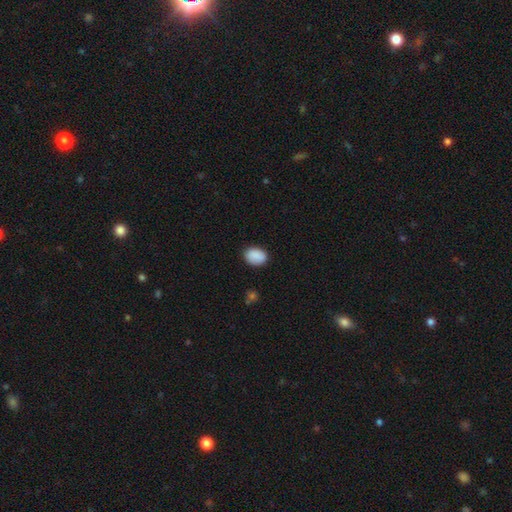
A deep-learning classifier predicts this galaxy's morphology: smooth 89%, star or artifact 7%, featured or disk 4%. Down the decision tree: how rounded — in between (64%); merging — none (85%).